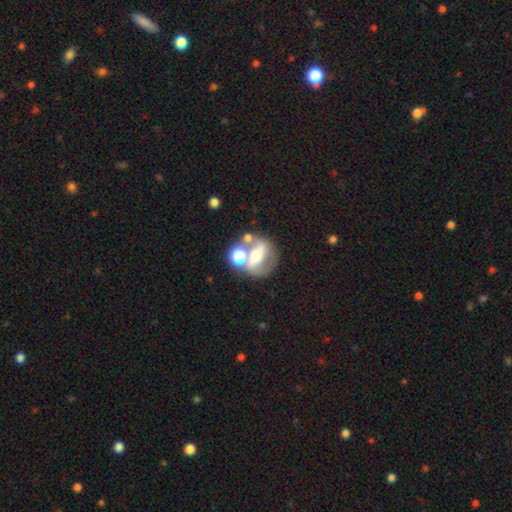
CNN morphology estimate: A featured or disk galaxy (56%).

Vote fractions:
- Smooth or featured? featured or disk: 56% / smooth: 32% / star or artifact: 12%
- Edge-on disk? no: 88% / yes: 12%
- Merging? none: 51% / merger: 29% / minor disturbance: 12% / major disturbance: 7%